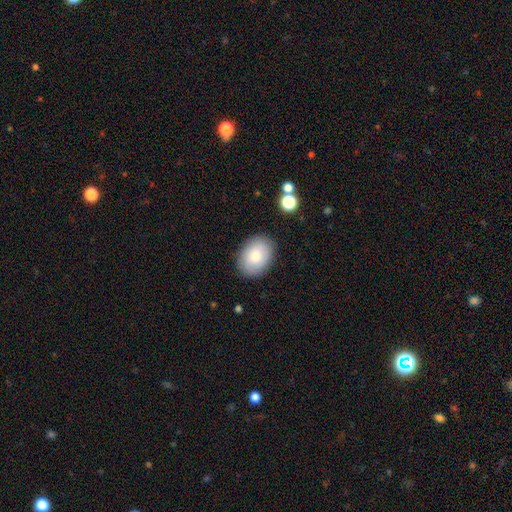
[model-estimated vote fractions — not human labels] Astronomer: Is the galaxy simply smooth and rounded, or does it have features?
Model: smooth — 80%.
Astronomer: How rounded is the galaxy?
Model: in between — 73%.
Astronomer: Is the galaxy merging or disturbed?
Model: none — 86%.